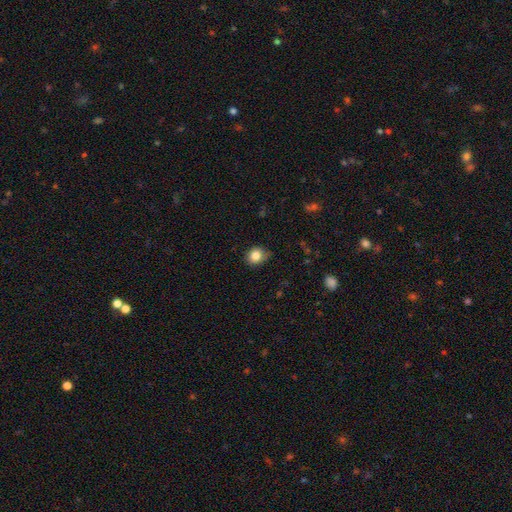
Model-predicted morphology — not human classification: The model was most divided on "how rounded": round: 68%, in between: 31%, cigar-shaped: 1%. More confident: smooth or featured — smooth (84%); merging — none (77%).